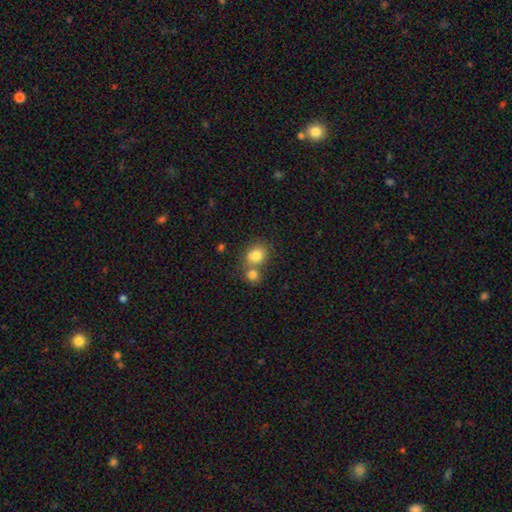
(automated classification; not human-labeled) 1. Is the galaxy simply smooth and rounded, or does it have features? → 81% smooth, 10% star or artifact, 9% featured or disk.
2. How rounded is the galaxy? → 58% round, 41% in between, 1% cigar-shaped.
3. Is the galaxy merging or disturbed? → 45% merger, 42% none, 9% minor disturbance, 3% major disturbance.